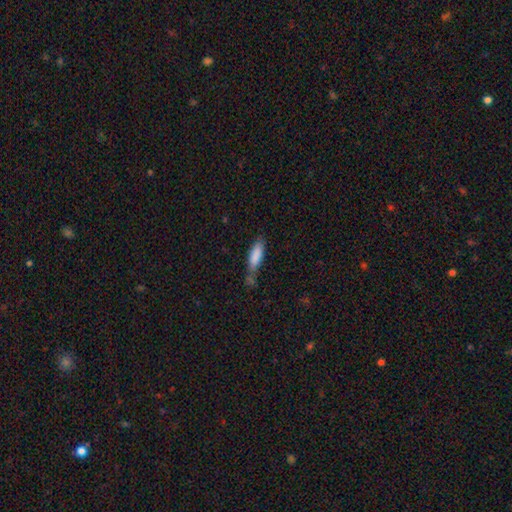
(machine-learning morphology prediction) Smooth or featured?
  - smooth: 83% *
  - featured or disk: 11%
  - star or artifact: 7%
How rounded?
  - cigar-shaped: 49% * (tied)
  - in between: 49% * (tied)
  - round: 2%
Merging?
  - none: 47% *
  - minor disturbance: 29%
  - merger: 14%
  - major disturbance: 9%